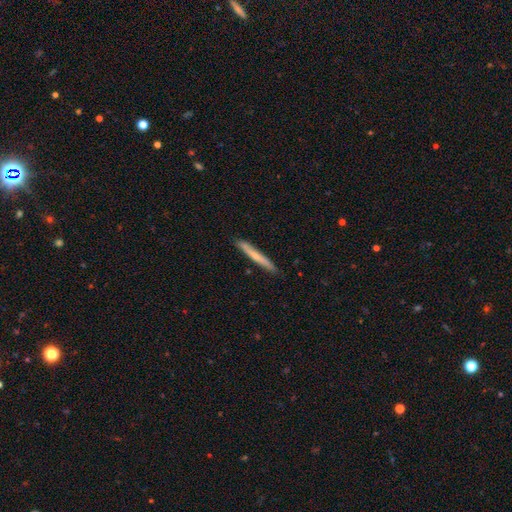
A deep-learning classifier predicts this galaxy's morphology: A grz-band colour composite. It shows a smooth galaxy with no disk features (60%) that is cigar-shaped (97%). Merging: none (89%).